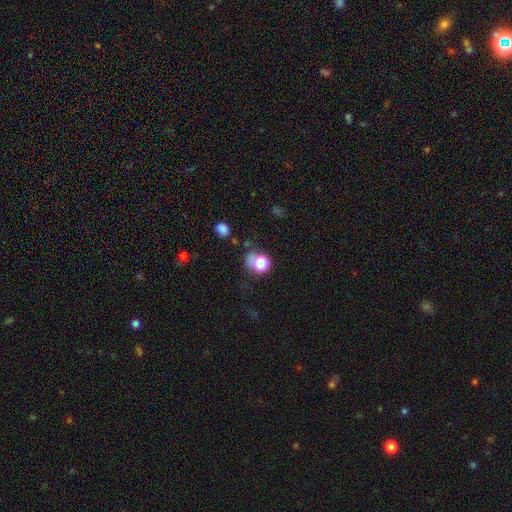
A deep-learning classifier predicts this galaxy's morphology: The model was most divided on "merging": none: 57%, minor disturbance: 19%, major disturbance: 16%, merger: 9%. More confident: how rounded — round (77%); smooth or featured — smooth (65%).